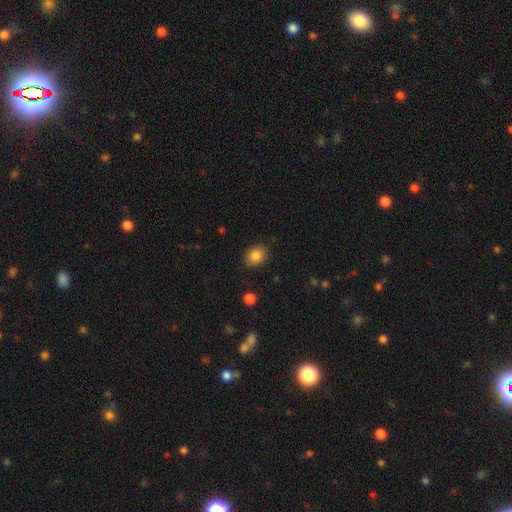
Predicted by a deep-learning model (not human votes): Morphology: type=smooth (85%); roundness=in between (54%); merging=none (86%).